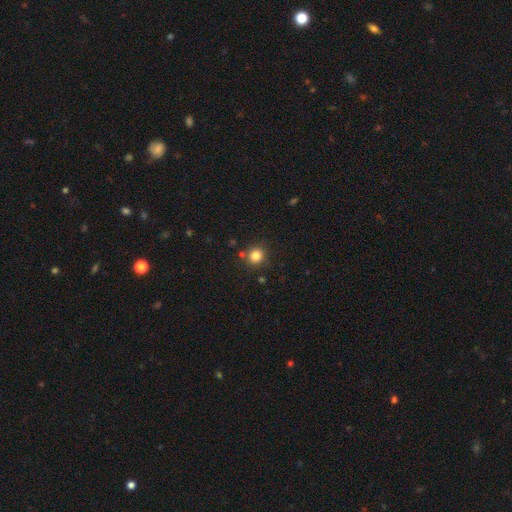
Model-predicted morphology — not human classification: type=smooth (83%); roundness=round (89%); merging=none (83%).